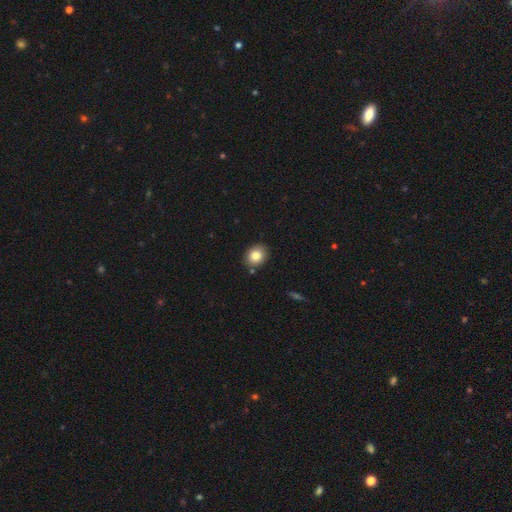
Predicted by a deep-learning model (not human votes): Smooth or featured? smooth (82%)
How rounded? round (57%)
Merging? none (85%)